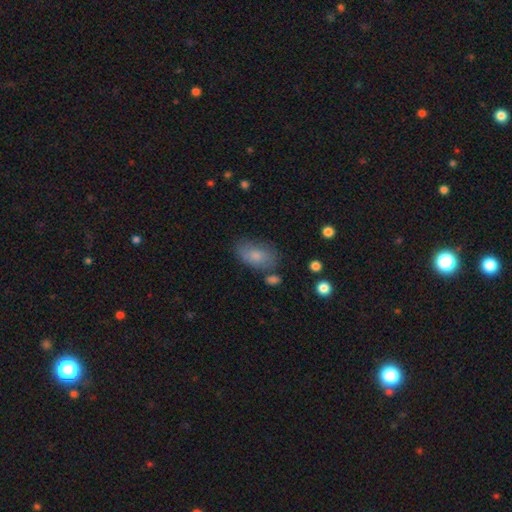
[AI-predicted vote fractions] smooth 77%, featured or disk 15%, star or artifact 8%. Down the decision tree: how rounded — in between (91%); merging — none (64%).